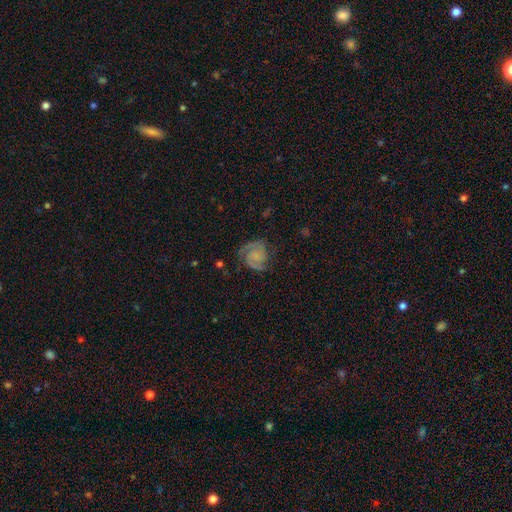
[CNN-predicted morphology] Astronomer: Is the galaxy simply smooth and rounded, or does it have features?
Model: featured or disk — 80%.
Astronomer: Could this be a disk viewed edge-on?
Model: no — 98%.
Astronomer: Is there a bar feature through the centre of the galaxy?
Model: no — 67%.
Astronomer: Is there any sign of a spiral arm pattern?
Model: yes — 97%.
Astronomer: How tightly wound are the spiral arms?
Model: tight — 47% (runner-up: medium, 43%).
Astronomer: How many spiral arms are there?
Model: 2 — 84%.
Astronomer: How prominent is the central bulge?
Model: none — 45% (runner-up: small, 37%).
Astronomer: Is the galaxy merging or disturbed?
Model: none — 72%.